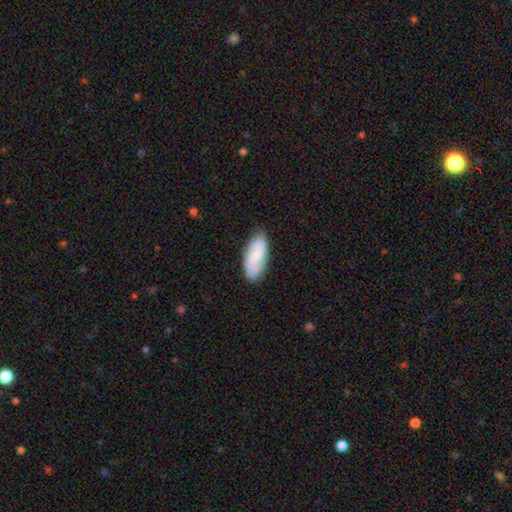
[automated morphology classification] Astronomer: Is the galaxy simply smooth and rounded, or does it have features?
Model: smooth — 58% (runner-up: featured or disk, 36%).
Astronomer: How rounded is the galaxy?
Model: in between — 84%.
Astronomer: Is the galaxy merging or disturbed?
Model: none — 82%.